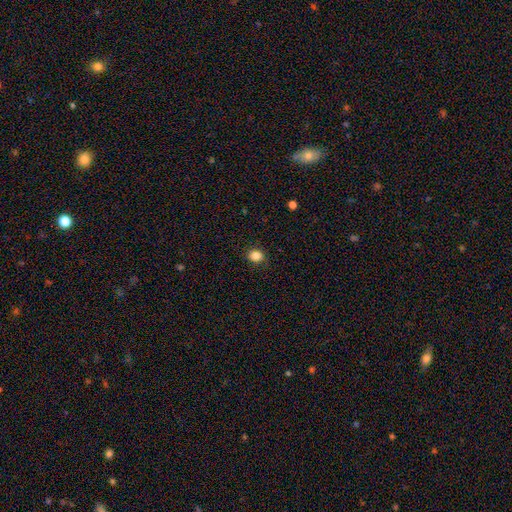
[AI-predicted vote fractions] Smooth or featured? smooth (85%)
How rounded? round (70%)
Merging? none (89%)